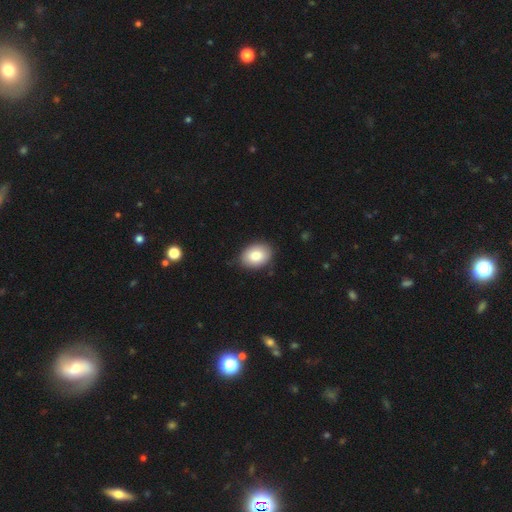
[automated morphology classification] A smooth galaxy with no disk features (84%) that is in between round and cigar-shaped (75%).

Vote fractions:
- Smooth or featured? smooth: 84% / featured or disk: 9% / star or artifact: 7%
- How rounded? in between: 75% / round: 24% / cigar-shaped: 1%
- Merging? none: 84% / minor disturbance: 12% / major disturbance: 2% / merger: 1%